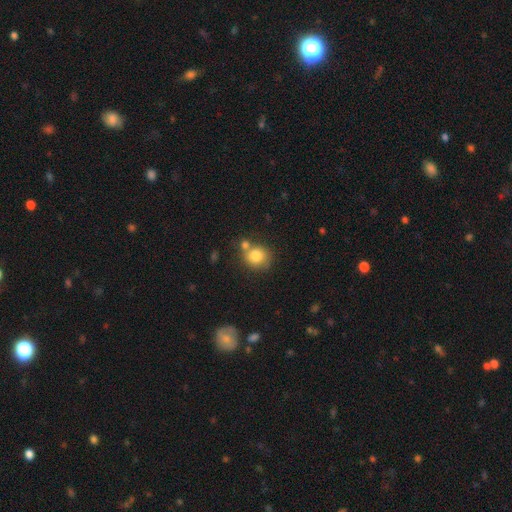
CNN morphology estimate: This appears to be a smooth galaxy with no disk features (81%) that is round (82%). Merging: none (57%).